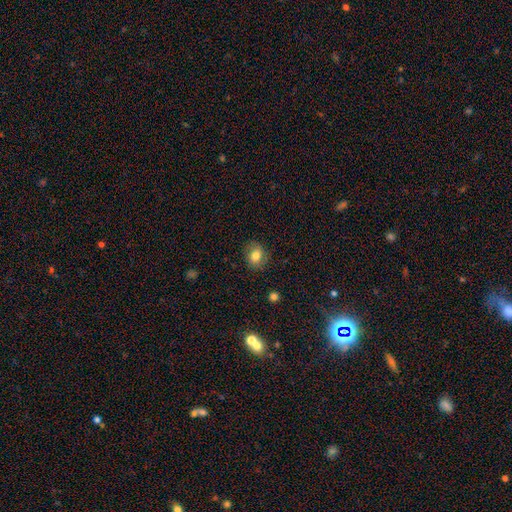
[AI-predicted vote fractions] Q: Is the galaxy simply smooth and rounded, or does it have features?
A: smooth — 78%.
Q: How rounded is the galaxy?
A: round — 52%.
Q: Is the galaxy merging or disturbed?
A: none — 80%.